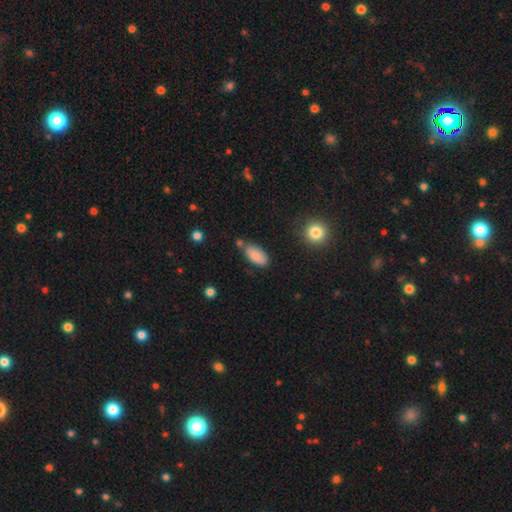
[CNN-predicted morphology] smooth_or_featured: smooth (p=0.86) [alt: star or artifact p=0.07]
how_rounded: in between (p=0.91) [alt: cigar-shaped p=0.06]
merging: none (p=0.69) [alt: minor disturbance p=0.18]